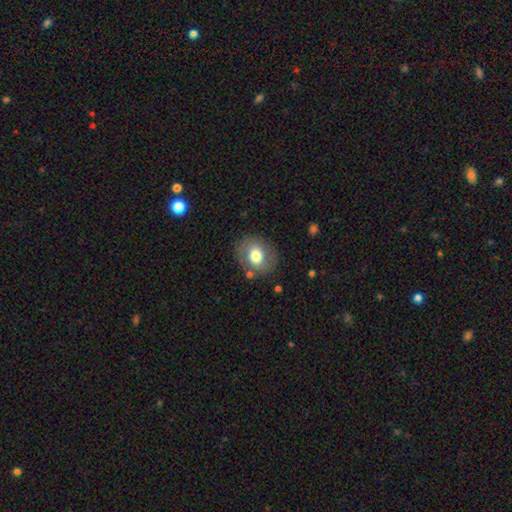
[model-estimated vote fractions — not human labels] Q: Smooth or featured?
A: smooth (72%); runner-up: featured or disk (19%)
Q: How rounded?
A: round (63%); runner-up: in between (36%)
Q: Merging?
A: none (81%); runner-up: minor disturbance (12%)